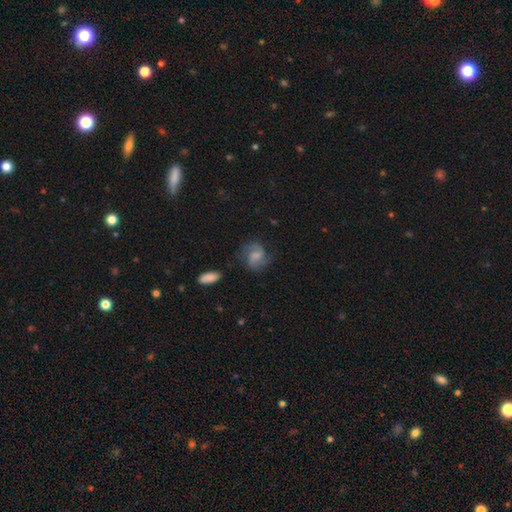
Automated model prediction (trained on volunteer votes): This appears to be a featured or disk galaxy (59%) with a weak bar (47%), 2 (85%) medium (50%) spiral arms (92%) and a moderate central bulge (35%). Merging: none (68%).